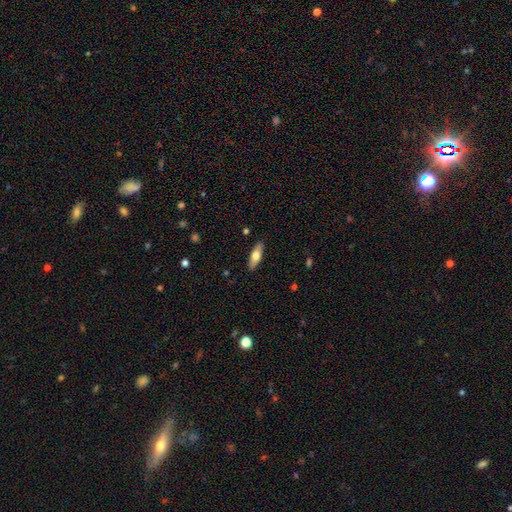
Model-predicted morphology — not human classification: Smooth or featured? Predicted: smooth (p=0.59). How rounded? Predicted: in between (p=0.56). Merging? Predicted: none (p=0.89).